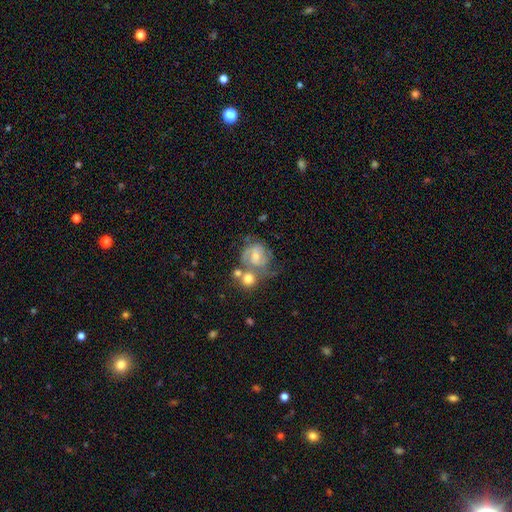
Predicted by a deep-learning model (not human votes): Smooth or featured: featured or disk — 66% (smooth — 25%)
Edge-on disk: no — 98% (yes — 2%)
Bar: no — 52% (weak — 39%)
Spiral arms: yes — 83% (no — 17%)
Spiral winding: tight — 44% (medium — 41%)
Spiral arm count: 2 — 55% (can't tell — 23%)
Bulge size: moderate — 48% (small — 42%)
Merging: none — 36% (merger — 30%)